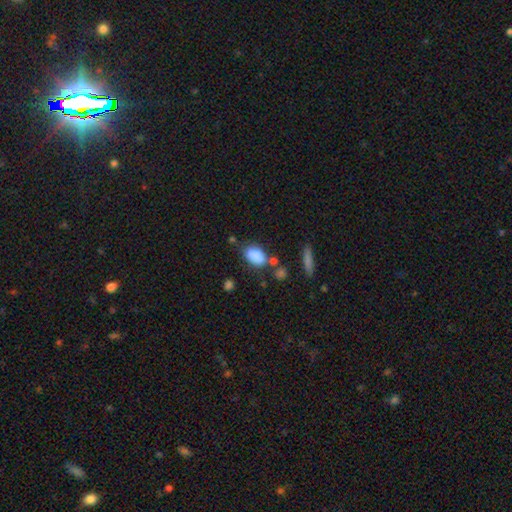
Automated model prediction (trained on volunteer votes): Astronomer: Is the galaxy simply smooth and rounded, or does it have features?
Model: smooth — 86%.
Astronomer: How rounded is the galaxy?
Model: in between — 89%.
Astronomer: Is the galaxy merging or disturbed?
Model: none — 63%.